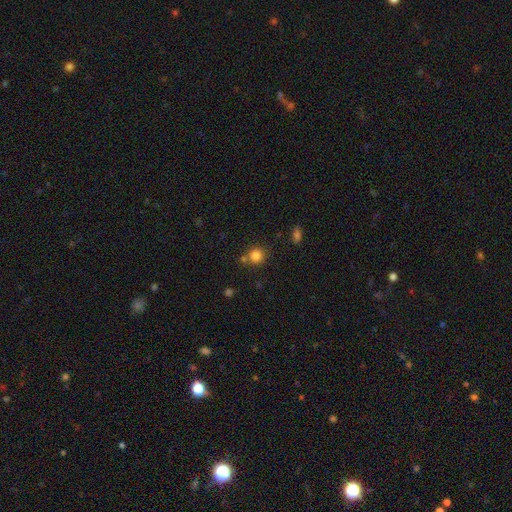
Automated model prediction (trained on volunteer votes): This is clearly a smooth galaxy (82%). How rounded: clearly round (90%). Merging: likely none (70%).